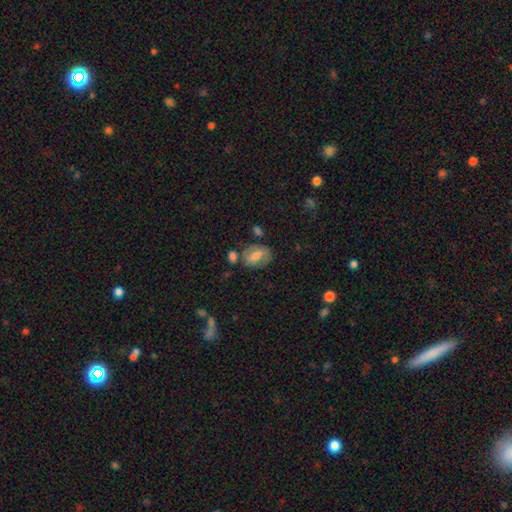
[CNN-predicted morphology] Smooth or featured?
  - smooth: 53% *
  - featured or disk: 38%
  - star or artifact: 8%
How rounded?
  - in between: 77% *
  - round: 20%
  - cigar-shaped: 3%
Merging?
  - none: 61% *
  - minor disturbance: 21%
  - merger: 10%
  - major disturbance: 9%